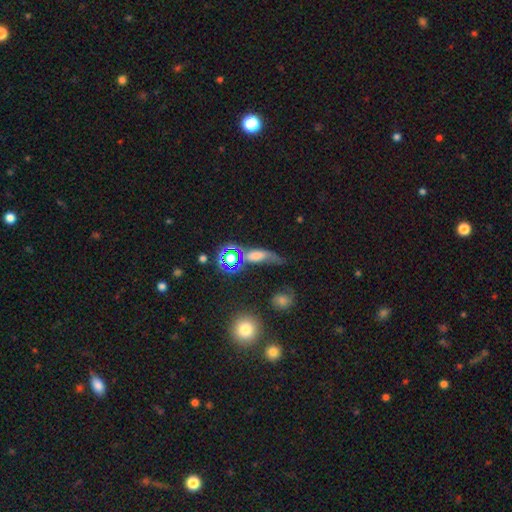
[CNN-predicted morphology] Q: Smooth or featured?
A: smooth (47%); runner-up: star or artifact (27%)
Q: Merging?
A: none (42%); runner-up: minor disturbance (26%)